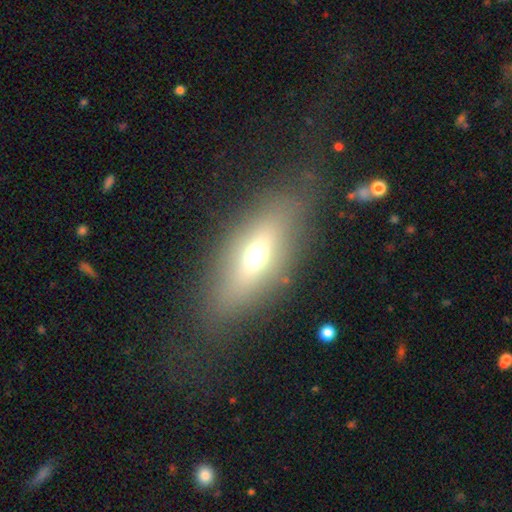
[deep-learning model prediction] smooth_or_featured: smooth (p=0.56) [alt: featured or disk p=0.30]
how_rounded: in between (p=0.70) [alt: cigar-shaped p=0.21]
merging: none (p=0.80) [alt: minor disturbance p=0.11]